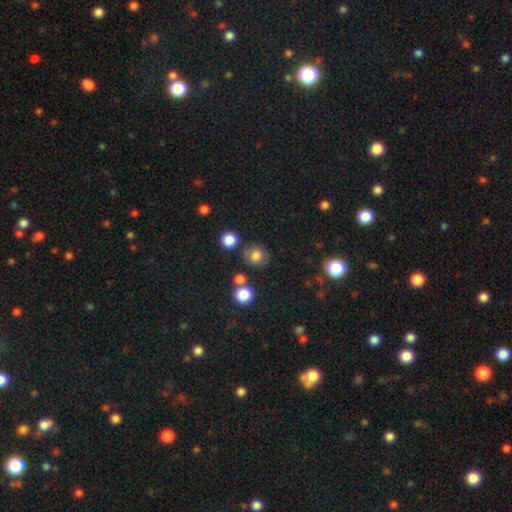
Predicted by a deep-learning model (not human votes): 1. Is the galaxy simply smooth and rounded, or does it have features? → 76% smooth, 15% star or artifact, 9% featured or disk.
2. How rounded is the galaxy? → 85% round, 14% in between, 1% cigar-shaped.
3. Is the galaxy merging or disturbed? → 73% none, 13% minor disturbance, 9% merger, 5% major disturbance.